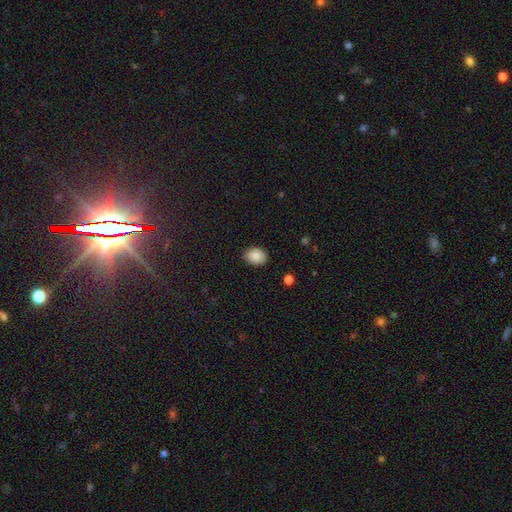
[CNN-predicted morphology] Overall: smooth (88%). How rounded: in between (64%; round 35%). Merging: none (85%).